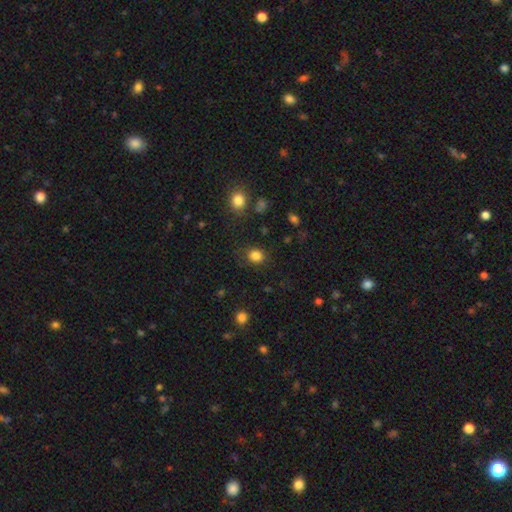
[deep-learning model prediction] smooth-or-featured: smooth: 84% | star or artifact: 12% | featured or disk: 4%
  how-rounded: round: 73% | in between: 26% | cigar-shaped: 1%
  merging: none: 84% | minor disturbance: 10% | major disturbance: 4% | merger: 2%